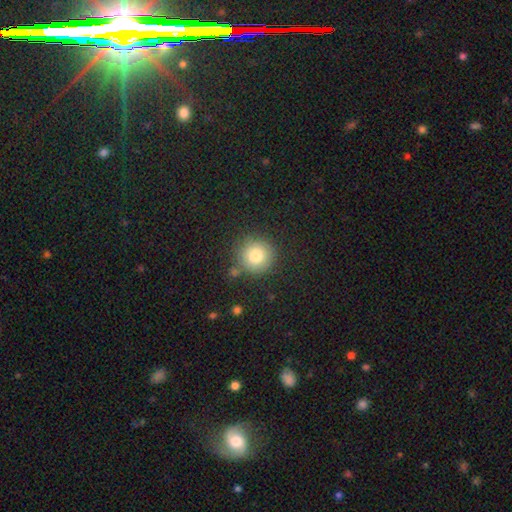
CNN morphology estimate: The model was most divided on "smooth or featured": smooth: 79%, star or artifact: 12%, featured or disk: 10%. More confident: how rounded — round (95%); merging — none (82%).